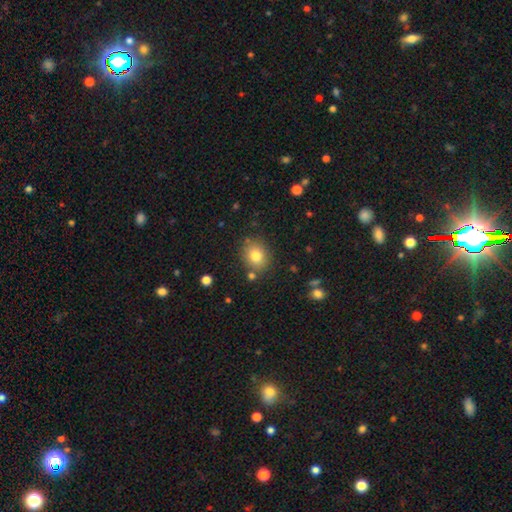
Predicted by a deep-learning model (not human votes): Q: Smooth or featured?
A: smooth (79%); runner-up: star or artifact (11%)
Q: How rounded?
A: round (59%); runner-up: in between (41%)
Q: Merging?
A: none (81%); runner-up: minor disturbance (11%)